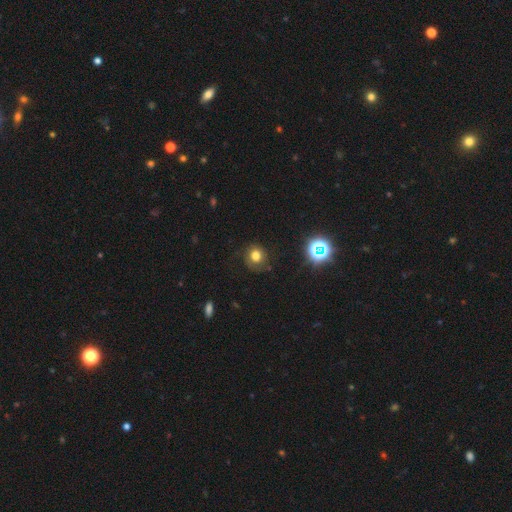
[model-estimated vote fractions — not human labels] Smooth or featured? smooth (72%)
How rounded? round (83%)
Merging? none (78%)